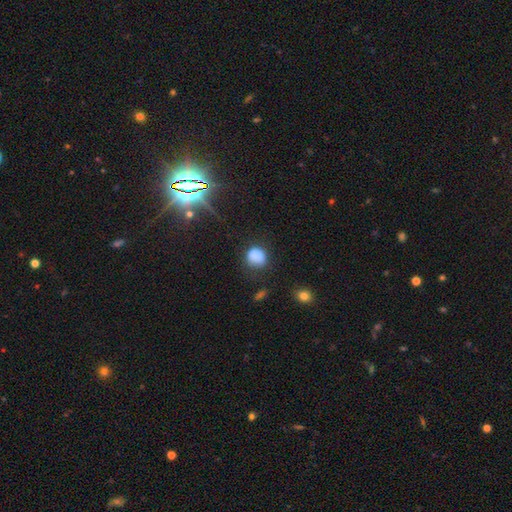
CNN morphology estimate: The model was most divided on "merging": none: 69%, minor disturbance: 21%, major disturbance: 8%, merger: 3%. More confident: smooth or featured — smooth (82%); how rounded — round (76%).